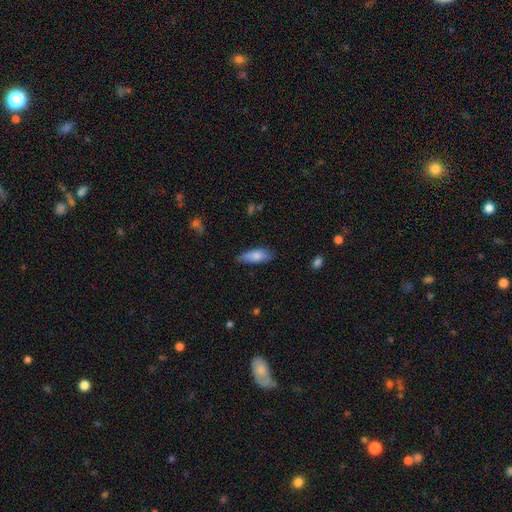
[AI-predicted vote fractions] A smooth galaxy with no disk features (81%) that is in between round and cigar-shaped (73%).

Vote fractions:
- Smooth or featured? smooth: 81% / featured or disk: 12% / star or artifact: 7%
- How rounded? in between: 73% / cigar-shaped: 25% / round: 2%
- Merging? none: 72% / minor disturbance: 23% / major disturbance: 4% / merger: 2%